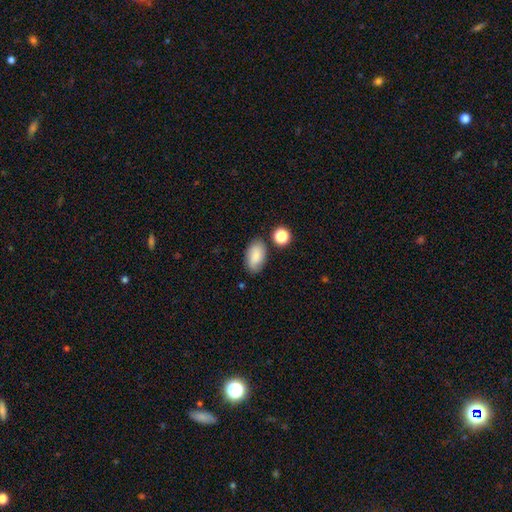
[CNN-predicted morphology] Smooth or featured?
  - smooth: 80% *
  - featured or disk: 12%
  - star or artifact: 8%
How rounded?
  - in between: 92% *
  - round: 5%
  - cigar-shaped: 2%
Merging?
  - none: 75% *
  - minor disturbance: 16%
  - merger: 6%
  - major disturbance: 3%